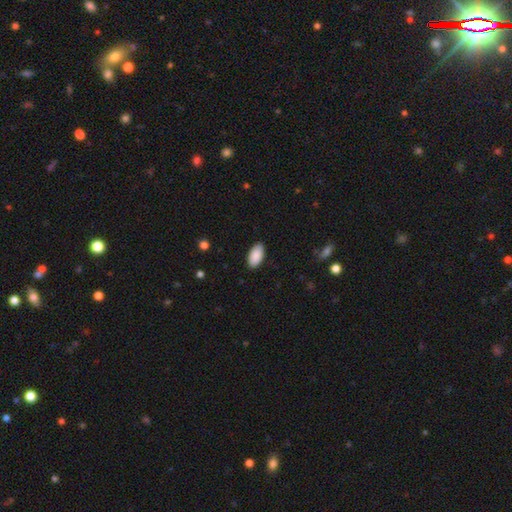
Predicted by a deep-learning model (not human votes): A smooth galaxy with no disk features (90%) that is in between round and cigar-shaped (95%).

Vote fractions:
- Smooth or featured? smooth: 90% / star or artifact: 6% / featured or disk: 4%
- How rounded? in between: 95% / cigar-shaped: 2% / round: 2%
- Merging? none: 88% / minor disturbance: 9% / major disturbance: 2% / merger: 1%